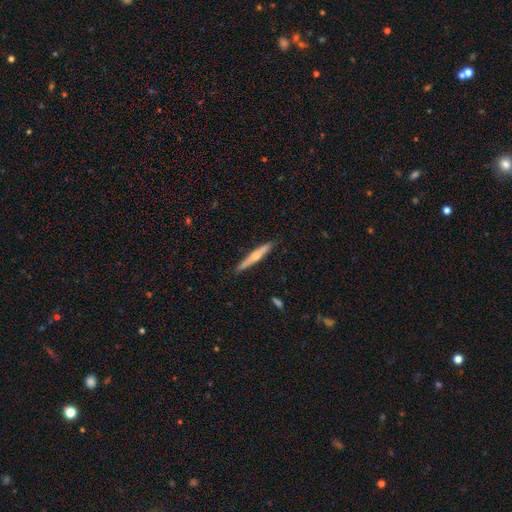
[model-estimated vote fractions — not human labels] Morphology: type=featured or disk (51%); edge-on=yes (97%); merging=none (90%).